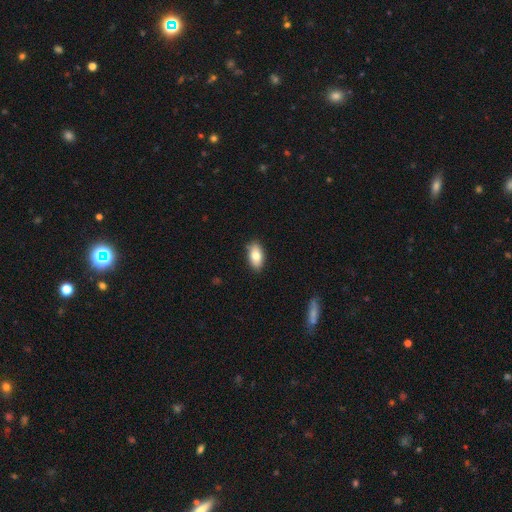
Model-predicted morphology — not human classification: This is clearly a smooth galaxy (82%). How rounded: clearly in between (92%). Merging: clearly none (85%).